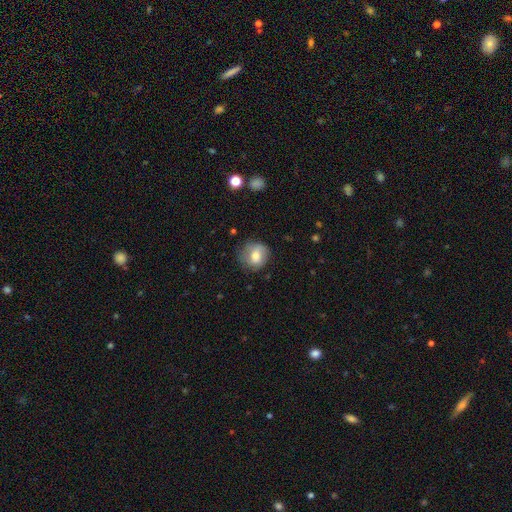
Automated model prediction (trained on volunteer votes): Smooth or featured? smooth (69%)
How rounded? round (78%)
Merging? none (70%)